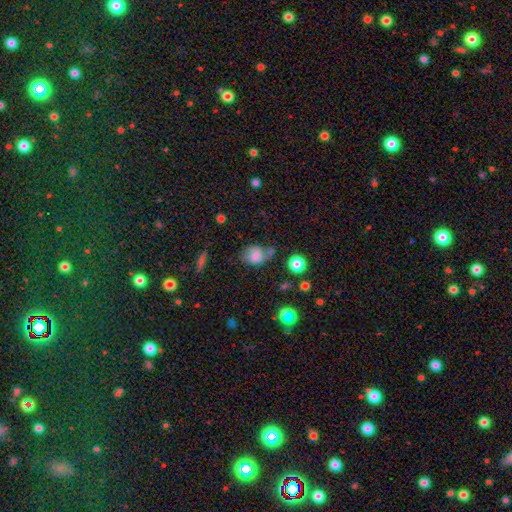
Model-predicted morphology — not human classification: Smooth or featured? Predicted: smooth (p=0.57). How rounded? Predicted: in between (p=0.59). Merging? Predicted: none (p=0.46).